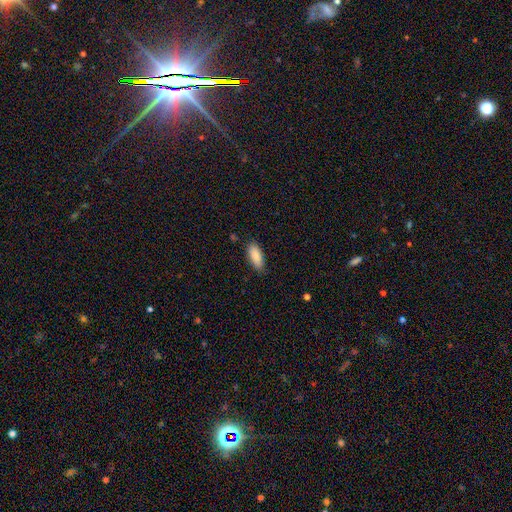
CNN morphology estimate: type=smooth (89%); roundness=in between (80%); merging=none (85%).